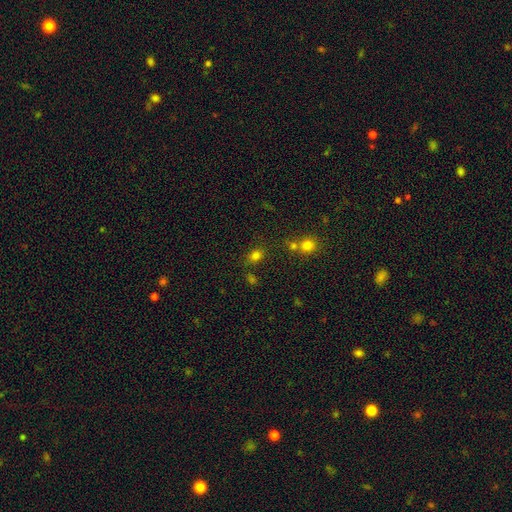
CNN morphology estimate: smooth 75%, star or artifact 19%, featured or disk 6%. Down the decision tree: how rounded — in between (56%); merging — none (72%).